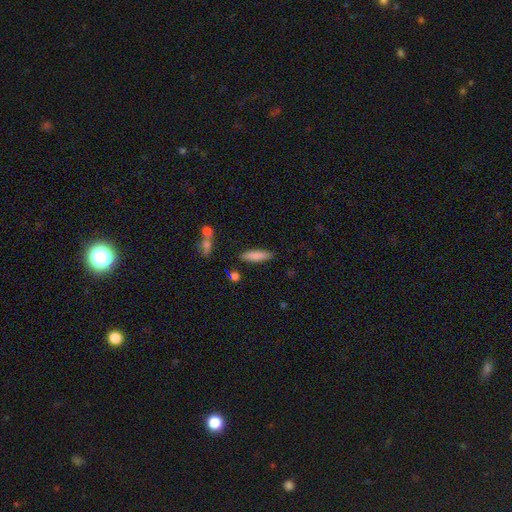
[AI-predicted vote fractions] Overall: smooth (82%). How rounded: cigar-shaped (67%; in between 31%). Merging: none (86%).